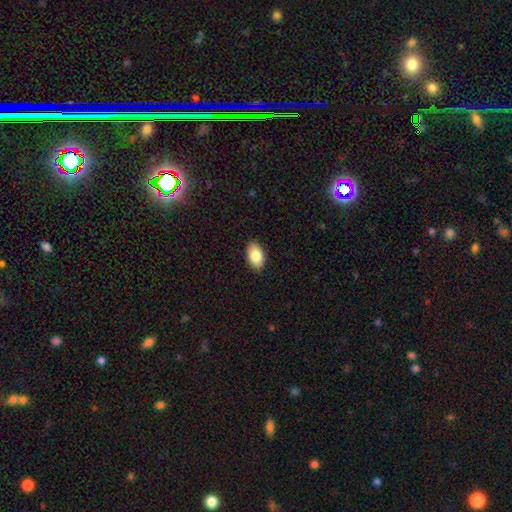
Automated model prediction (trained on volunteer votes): Smooth or featured? Predicted: smooth (p=0.84). How rounded? Predicted: in between (p=0.92). Merging? Predicted: none (p=0.89).